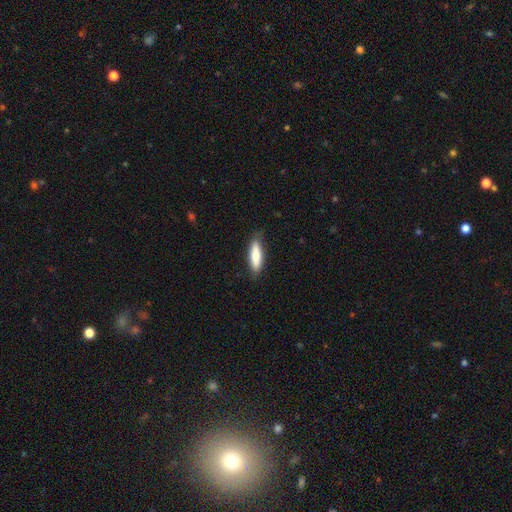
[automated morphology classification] Q: Smooth or featured?
A: smooth (78%); runner-up: featured or disk (17%)
Q: How rounded?
A: cigar-shaped (56%); runner-up: in between (43%)
Q: Merging?
A: none (81%); runner-up: minor disturbance (15%)